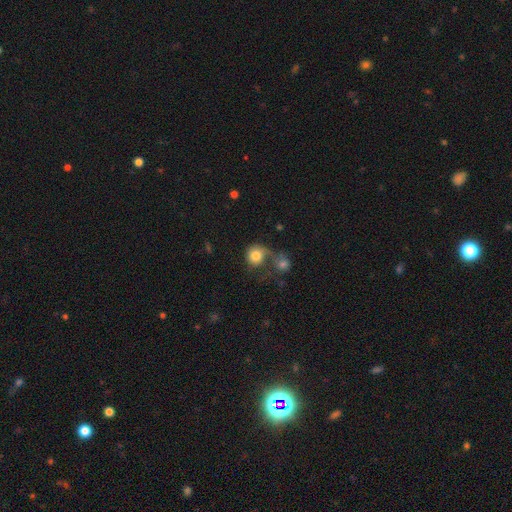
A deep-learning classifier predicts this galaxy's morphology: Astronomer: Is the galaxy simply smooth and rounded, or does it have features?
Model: smooth — 76%.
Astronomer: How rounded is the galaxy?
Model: round — 82%.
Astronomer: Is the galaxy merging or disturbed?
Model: merger — 42% (runner-up: none, 27%).